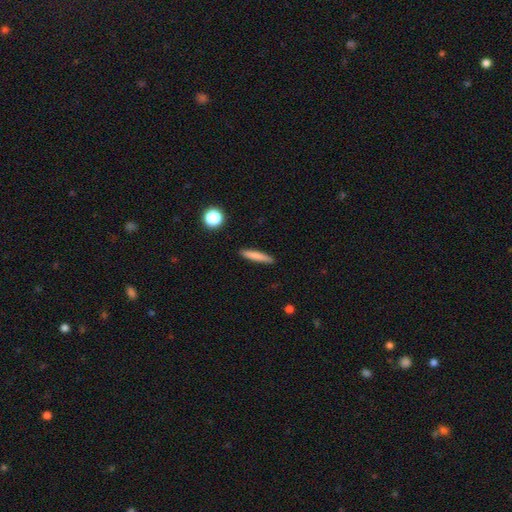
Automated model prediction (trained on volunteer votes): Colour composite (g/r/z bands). It shows a smooth galaxy with no disk features (79%) that is cigar-shaped (90%). Merging: none (89%).